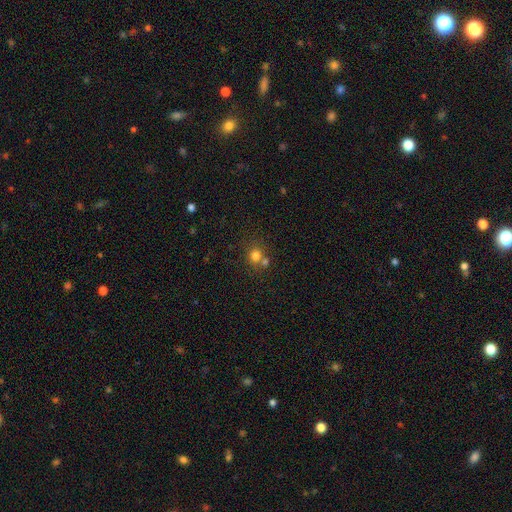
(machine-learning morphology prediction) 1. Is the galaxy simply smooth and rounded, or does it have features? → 77% smooth, 14% star or artifact, 9% featured or disk.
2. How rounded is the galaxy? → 85% round, 14% in between, 1% cigar-shaped.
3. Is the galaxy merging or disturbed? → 55% none, 33% merger, 8% minor disturbance, 4% major disturbance.